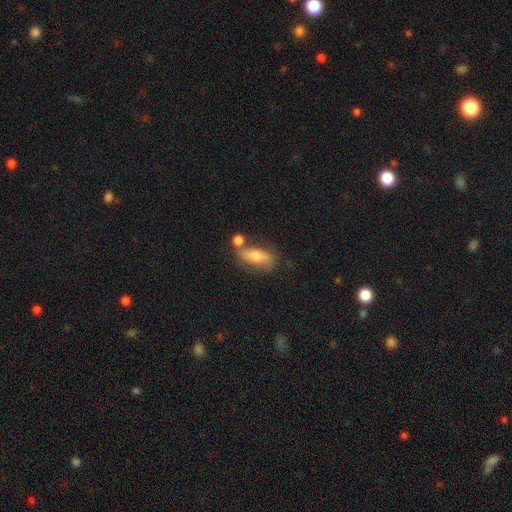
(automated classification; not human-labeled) smooth_or_featured: smooth (p=0.55) [alt: featured or disk p=0.34]
how_rounded: in between (p=0.71) [alt: cigar-shaped p=0.24]
merging: none (p=0.59) [alt: minor disturbance p=0.18]